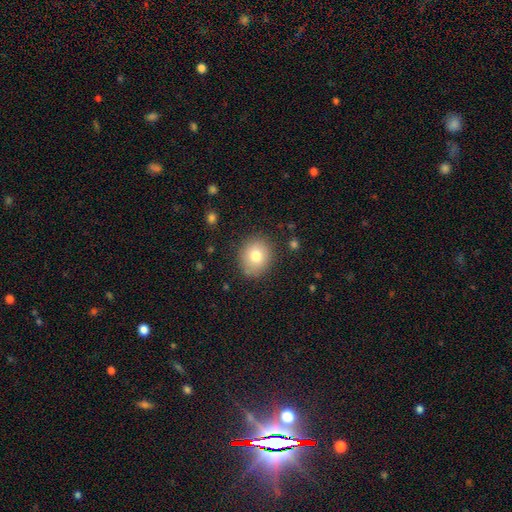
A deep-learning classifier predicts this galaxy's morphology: This appears to be a smooth galaxy with no disk features (78%) that is round (72%). Merging: none (85%).